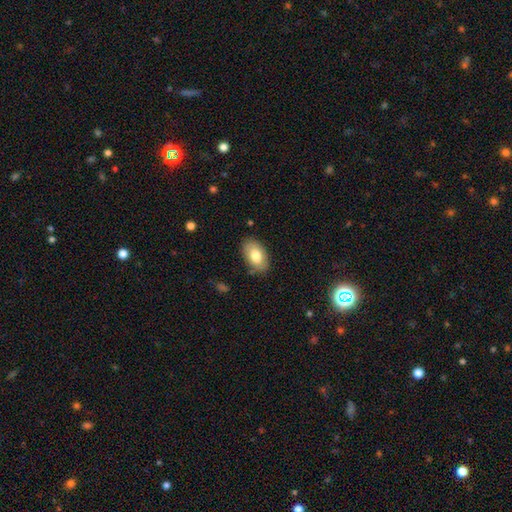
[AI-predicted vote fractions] smooth_or_featured: smooth (p=0.78) [alt: featured or disk p=0.15]
how_rounded: in between (p=0.93) [alt: round p=0.06]
merging: none (p=0.82) [alt: minor disturbance p=0.13]